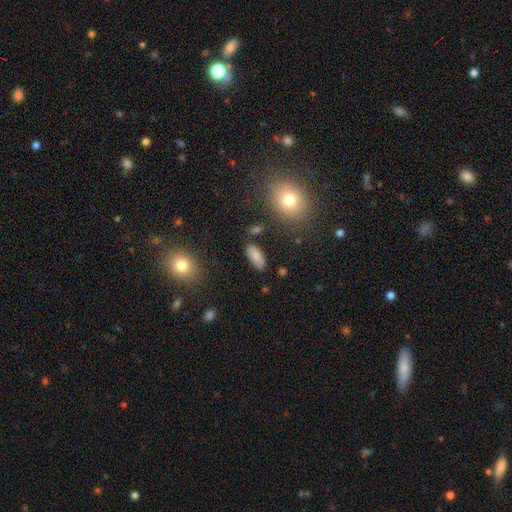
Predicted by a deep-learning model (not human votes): Smooth or featured?
  - smooth: 83% *
  - star or artifact: 8%
  - featured or disk: 8%
How rounded?
  - in between: 89% *
  - cigar-shaped: 8%
  - round: 3%
Merging?
  - none: 83% *
  - minor disturbance: 11%
  - merger: 3%
  - major disturbance: 3%